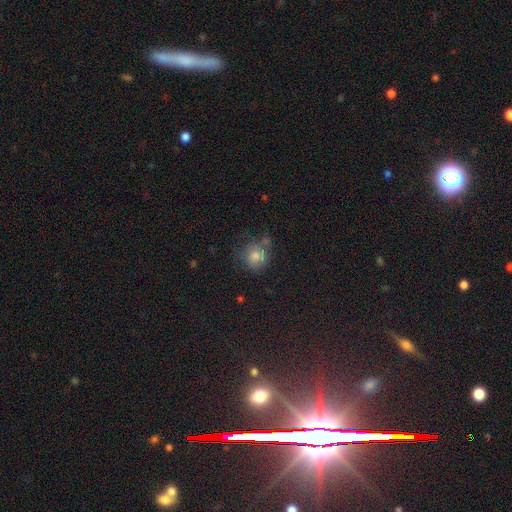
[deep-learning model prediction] Morphology: type=smooth (68%); roundness=round (88%); merging=none (64%).